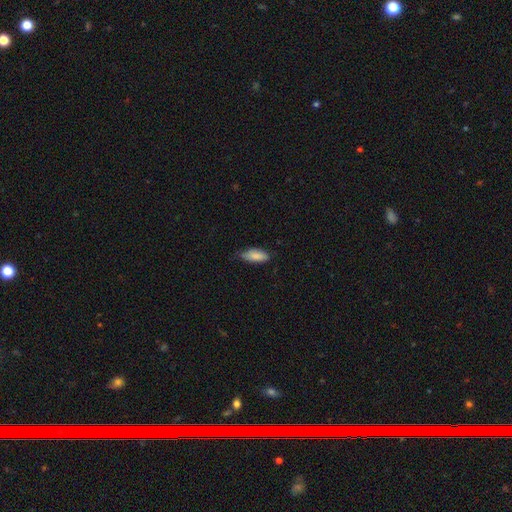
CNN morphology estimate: type=smooth (85%); roundness=in between (79%); merging=none (59%).